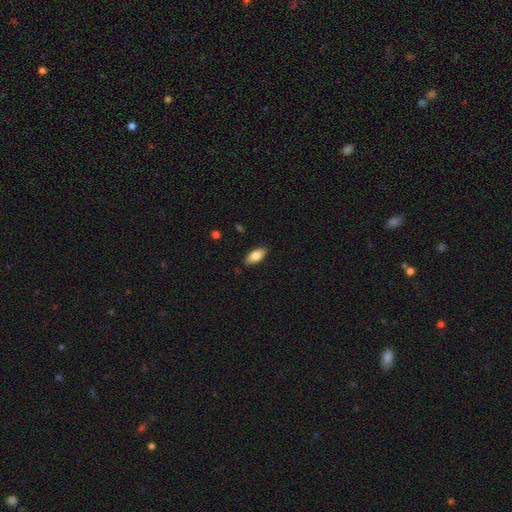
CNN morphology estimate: A smooth galaxy with no disk features (80%) that is in between round and cigar-shaped (88%).

Vote fractions:
- Smooth or featured? smooth: 80% / featured or disk: 14% / star or artifact: 7%
- How rounded? in between: 88% / cigar-shaped: 9% / round: 3%
- Merging? none: 87% / minor disturbance: 10% / major disturbance: 2% / merger: 1%